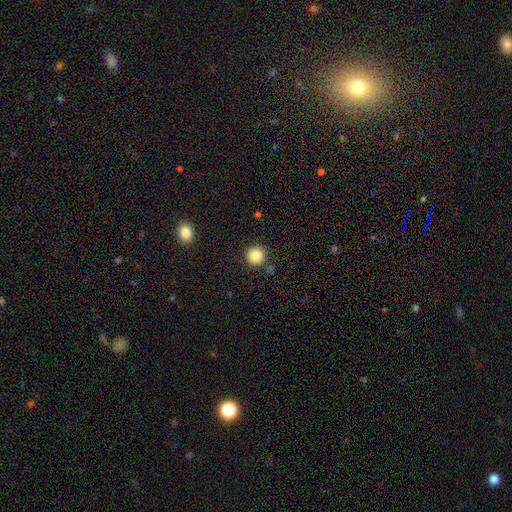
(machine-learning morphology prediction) Smooth or featured?
  - smooth: 84% *
  - star or artifact: 11%
  - featured or disk: 5%
How rounded?
  - round: 95% *
  - in between: 4%
  - cigar-shaped: 1%
Merging?
  - none: 89% *
  - minor disturbance: 6%
  - merger: 3%
  - major disturbance: 2%